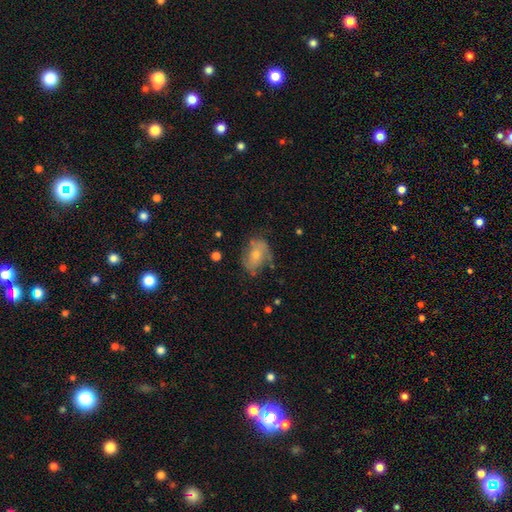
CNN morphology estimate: A featured or disk galaxy (48%).

Vote fractions:
- Smooth or featured? featured or disk: 48% / smooth: 40% / star or artifact: 11%
- Merging? none: 61% / minor disturbance: 25% / major disturbance: 12% / merger: 2%